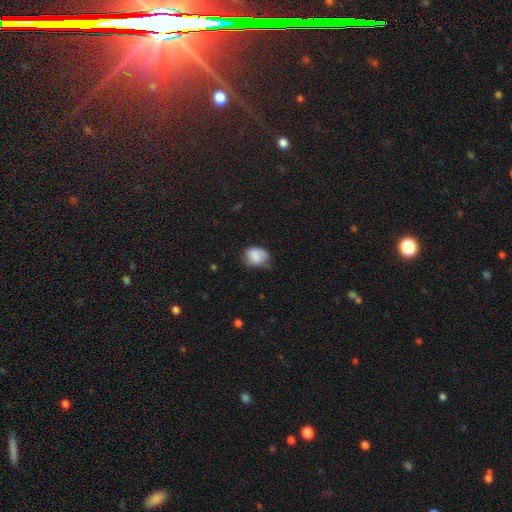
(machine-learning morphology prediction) Smooth or featured?
  - smooth: 80% *
  - featured or disk: 12%
  - star or artifact: 8%
How rounded?
  - in between: 54% *
  - round: 45%
  - cigar-shaped: 1%
Merging?
  - none: 53% *
  - minor disturbance: 36%
  - major disturbance: 10%
  - merger: 2%